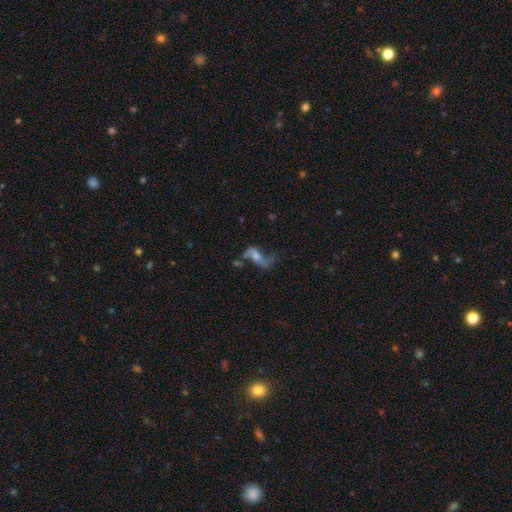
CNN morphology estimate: smooth-or-featured: featured or disk: 66% | smooth: 25% | star or artifact: 10%
  disk-edge-on: no: 91% | yes: 9%
    bar: no: 54% | weak: 32% | strong: 14%
    has-spiral-arms: yes: 80% | no: 20%
    bulge-size: moderate: 42% | small: 39% | none: 11% | large: 7% | dominant: 2%
  merging: none: 37% | major disturbance: 30% | minor disturbance: 20% | merger: 13%